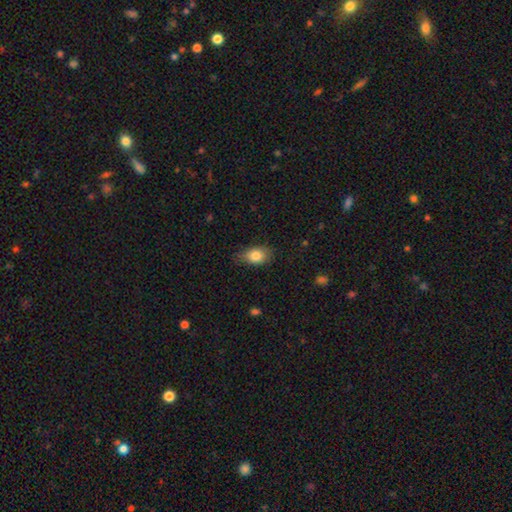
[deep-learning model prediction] A smooth galaxy with no disk features (82%) that is in between round and cigar-shaped (78%).

Vote fractions:
- Smooth or featured? smooth: 82% / featured or disk: 9% / star or artifact: 8%
- How rounded? in between: 78% / round: 20% / cigar-shaped: 2%
- Merging? none: 69% / minor disturbance: 25% / major disturbance: 5% / merger: 1%